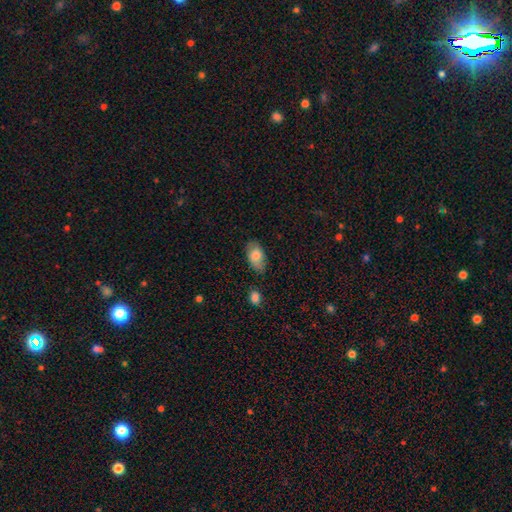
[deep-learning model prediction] Smooth or featured? Predicted: smooth (p=0.79). How rounded? Predicted: in between (p=0.93). Merging? Predicted: none (p=0.76).